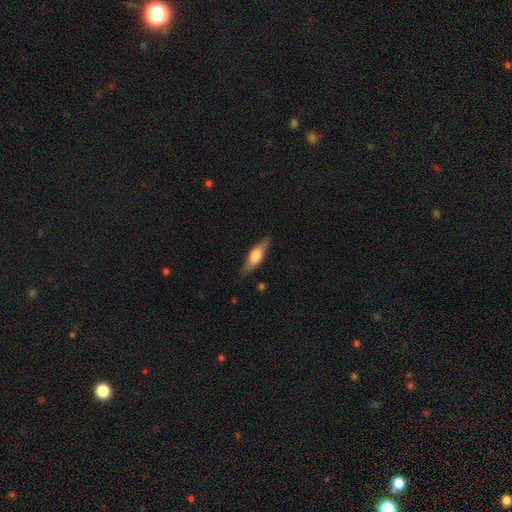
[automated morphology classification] smooth_or_featured: smooth (p=0.57) [alt: featured or disk p=0.38]
how_rounded: cigar-shaped (p=0.54) [alt: in between p=0.43]
merging: none (p=0.82) [alt: minor disturbance p=0.14]